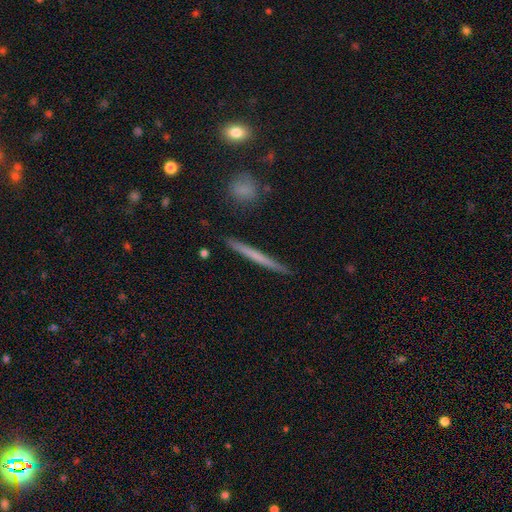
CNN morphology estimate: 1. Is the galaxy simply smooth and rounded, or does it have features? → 52% smooth, 42% featured or disk, 6% star or artifact.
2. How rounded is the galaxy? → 96% cigar-shaped, 2% in between, 2% round.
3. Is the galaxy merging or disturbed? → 91% none, 7% minor disturbance, 1% major disturbance, 1% merger.